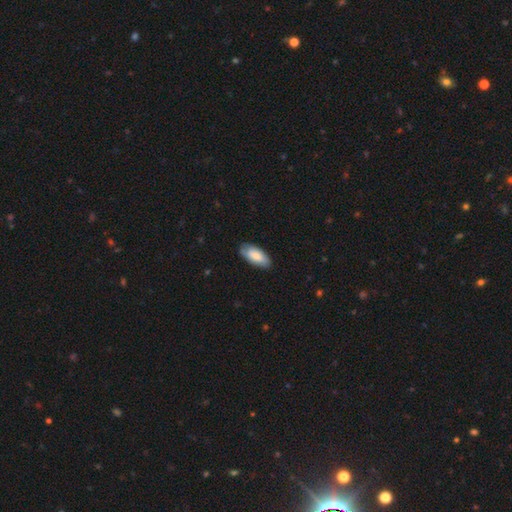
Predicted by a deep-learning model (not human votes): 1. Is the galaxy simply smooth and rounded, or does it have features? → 76% smooth, 18% featured or disk, 6% star or artifact.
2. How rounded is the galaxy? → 90% in between, 8% cigar-shaped, 2% round.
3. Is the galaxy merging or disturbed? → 78% none, 18% minor disturbance, 3% major disturbance, 1% merger.